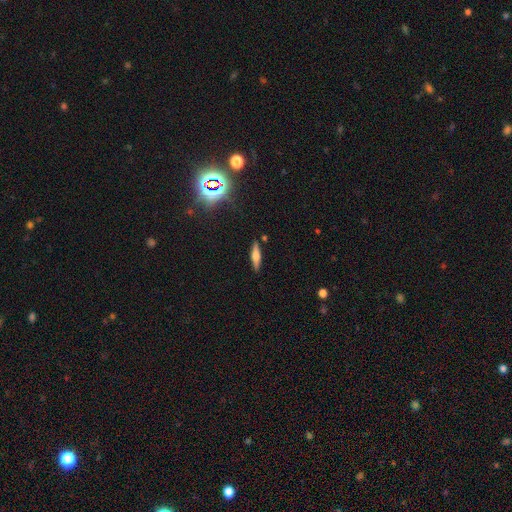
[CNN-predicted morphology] Q: Smooth or featured?
A: smooth (47%); runner-up: featured or disk (43%)
Q: Merging?
A: none (87%); runner-up: minor disturbance (9%)